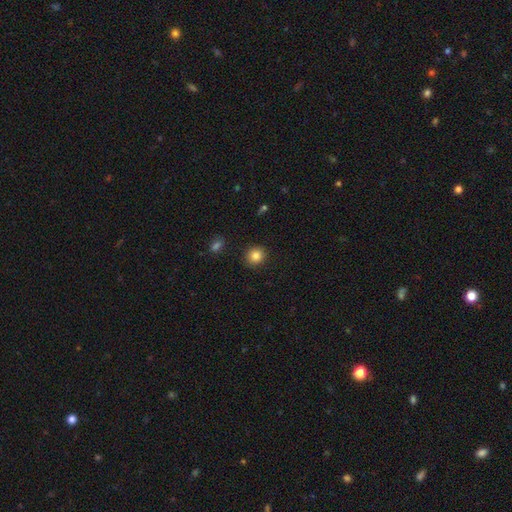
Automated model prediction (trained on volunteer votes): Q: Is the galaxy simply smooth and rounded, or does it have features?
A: smooth — 84%.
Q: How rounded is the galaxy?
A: round — 86%.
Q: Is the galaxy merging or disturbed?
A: none — 91%.